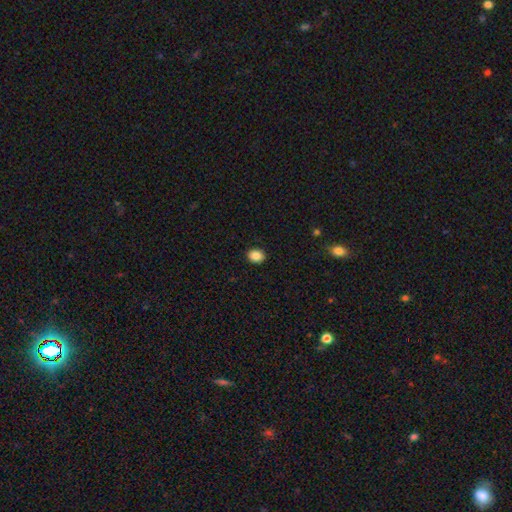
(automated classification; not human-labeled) This is clearly a smooth galaxy (87%). How rounded: possibly round (50%, tied with in between). Merging: clearly none (91%).